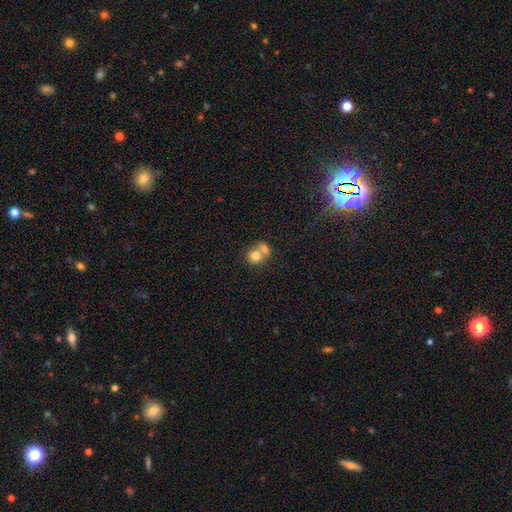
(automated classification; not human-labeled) A smooth galaxy with no disk features (77%) that is round (75%).

Vote fractions:
- Smooth or featured? smooth: 77% / featured or disk: 14% / star or artifact: 9%
- How rounded? round: 75% / in between: 24% / cigar-shaped: 1%
- Merging? merger: 58% / none: 31% / minor disturbance: 7% / major disturbance: 4%